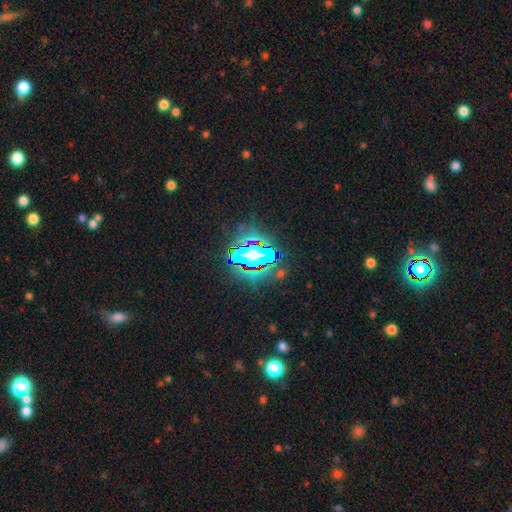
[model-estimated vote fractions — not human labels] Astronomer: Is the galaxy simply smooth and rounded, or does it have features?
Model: star or artifact — 73%.